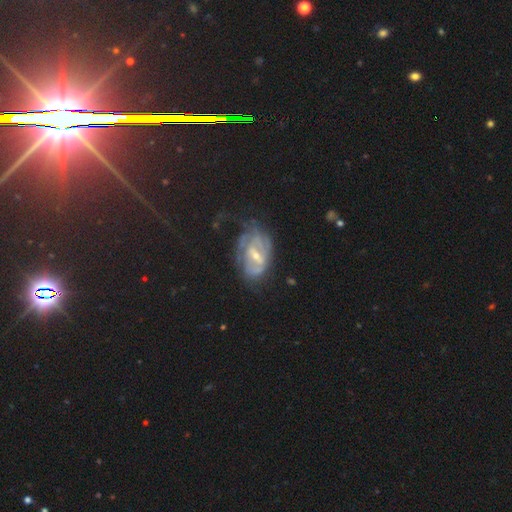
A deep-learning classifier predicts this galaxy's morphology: This is likely a featured or disk galaxy (68%). It is clearly not viewed edge-on (95%). Bar: possibly weak (50%). Spiral arm pattern: likely yes (74%). Central bulge: possibly small (52%). Merging: possibly none (51%).